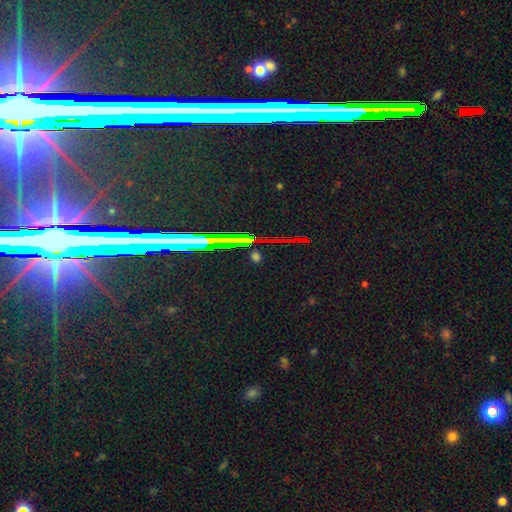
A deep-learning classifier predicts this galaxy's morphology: Smooth or featured?
  - star or artifact: 75% *
  - smooth: 13%
  - featured or disk: 12%